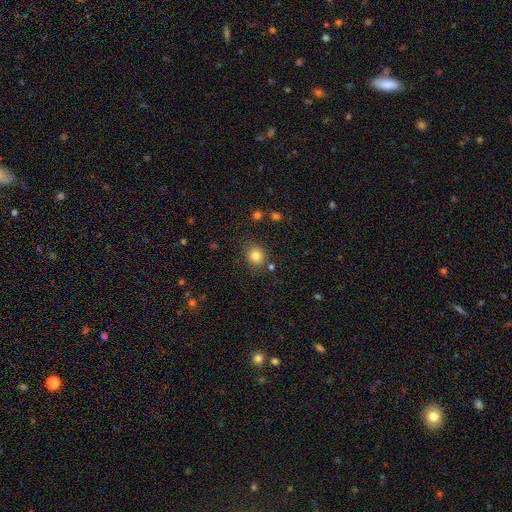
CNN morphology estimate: smooth-or-featured: smooth: 82% | star or artifact: 12% | featured or disk: 6%
  how-rounded: round: 78% | in between: 21% | cigar-shaped: 1%
  merging: none: 81% | minor disturbance: 10% | merger: 5% | major disturbance: 3%